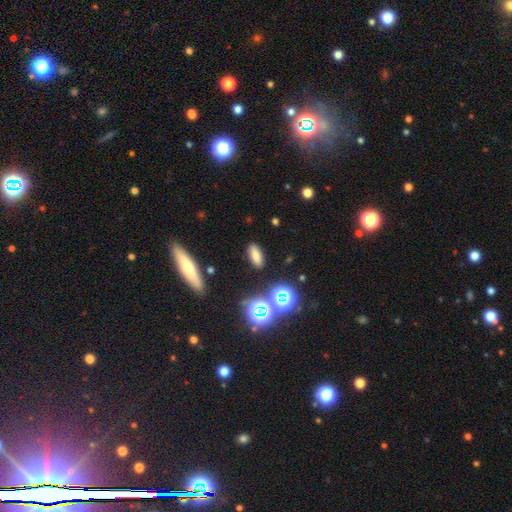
smooth_or_featured: smooth (p=0.82) [alt: featured or disk p=0.10]
how_rounded: in between (p=0.73) [alt: cigar-shaped p=0.21]
merging: none (p=0.92) [alt: minor disturbance p=0.05]